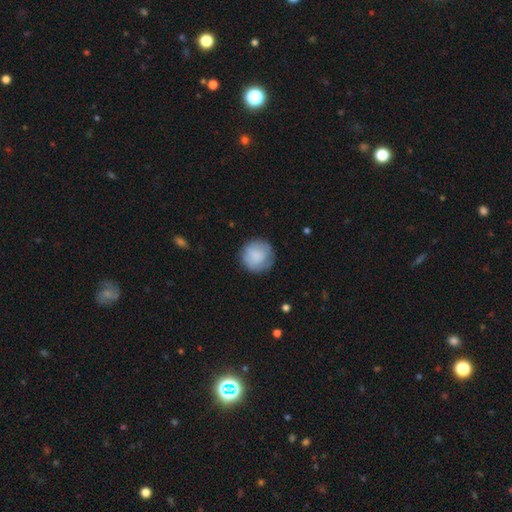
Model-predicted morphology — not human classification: This is likely a smooth galaxy (79%). How rounded: clearly round (94%). Merging: likely none (77%).